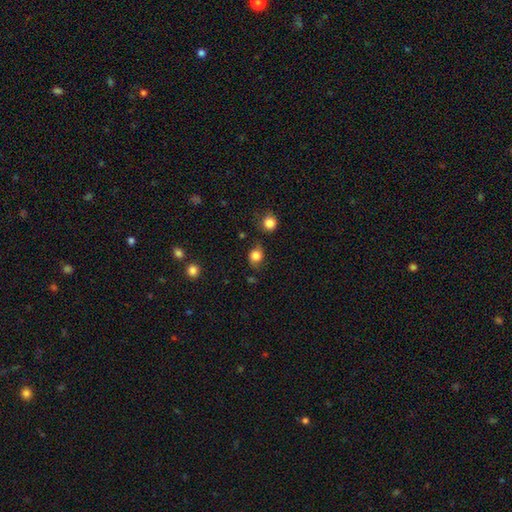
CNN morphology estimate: Smooth or featured? smooth (81%)
How rounded? round (66%)
Merging? none (68%)